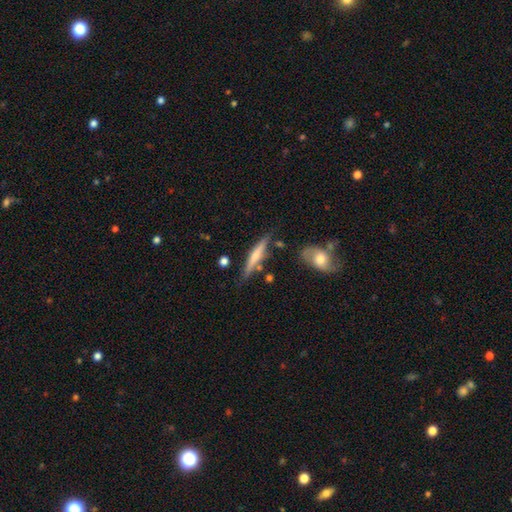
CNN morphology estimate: smooth_or_featured: featured or disk (p=0.48) [alt: smooth p=0.46]
merging: none (p=0.73) [alt: minor disturbance p=0.16]